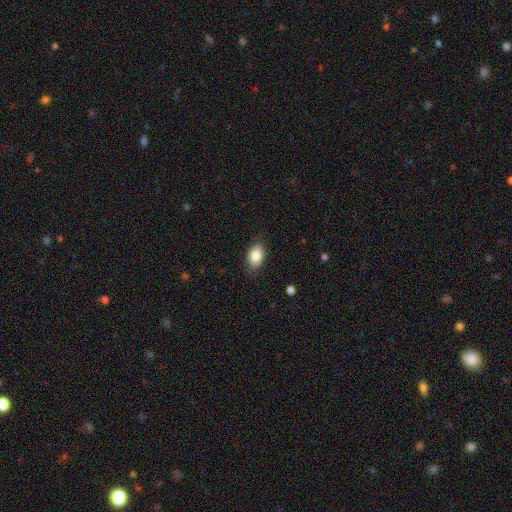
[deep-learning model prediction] smooth 85%, featured or disk 8%, star or artifact 7%. Down the decision tree: how rounded — in between (88%); merging — none (85%).